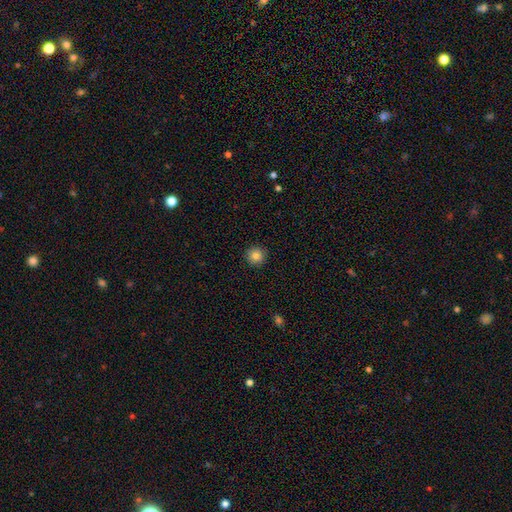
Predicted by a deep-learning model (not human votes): A smooth galaxy with no disk features (84%) that is round (95%). Merging: none (93%).